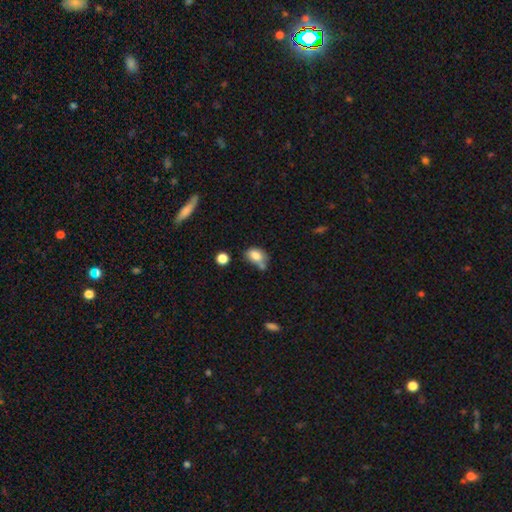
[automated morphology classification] A smooth galaxy with no disk features (78%) that is in between round and cigar-shaped (77%).

Vote fractions:
- Smooth or featured? smooth: 78% / featured or disk: 12% / star or artifact: 10%
- How rounded? in between: 77% / round: 21% / cigar-shaped: 2%
- Merging? none: 38% / minor disturbance: 27% / merger: 25% / major disturbance: 10%